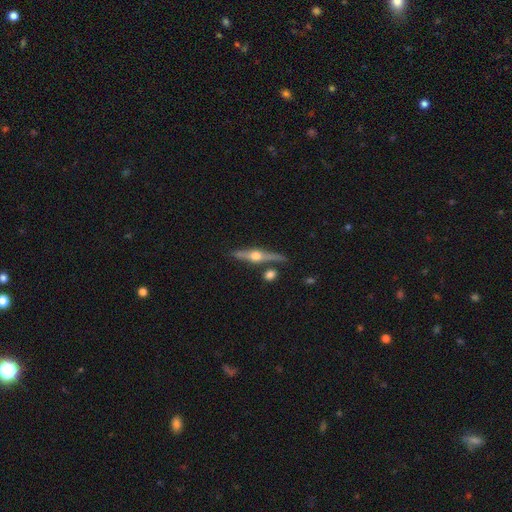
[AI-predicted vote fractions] Q: Smooth or featured?
A: featured or disk (77%); runner-up: smooth (17%)
Q: Edge-on disk?
A: yes (96%); runner-up: no (4%)
Q: Edge-on bulge?
A: rounded (96%); runner-up: boxy (3%)
Q: Merging?
A: none (78%); runner-up: minor disturbance (11%)